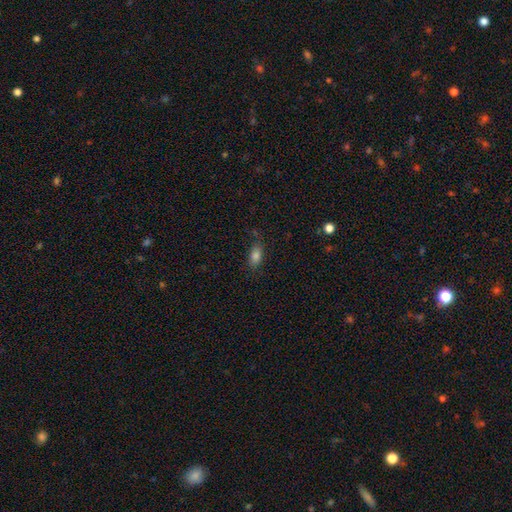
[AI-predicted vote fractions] This appears to be a smooth galaxy with no disk features (82%) that is in between round and cigar-shaped (88%). Merging: none (77%).